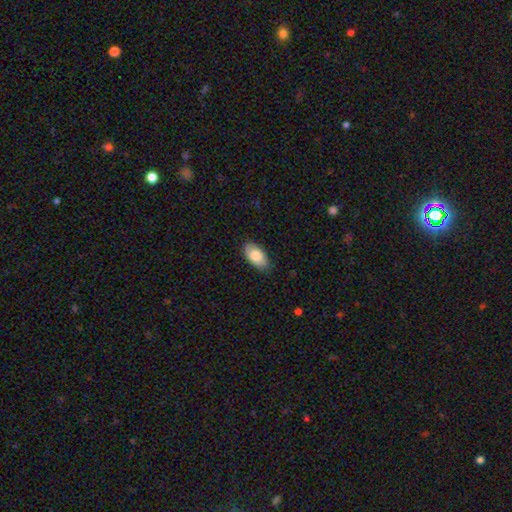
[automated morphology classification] Smooth or featured? Predicted: smooth (p=0.81). How rounded? Predicted: in between (p=0.94). Merging? Predicted: none (p=0.84).